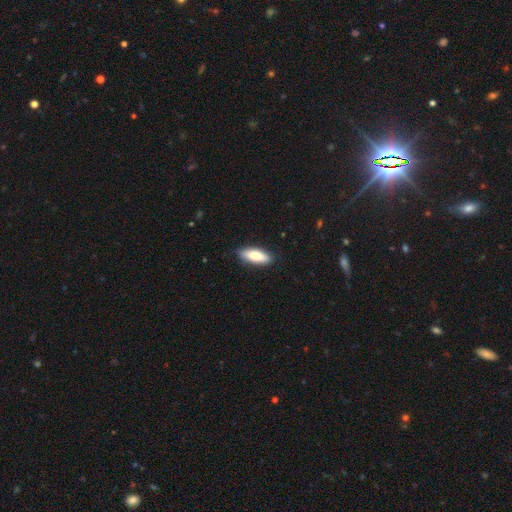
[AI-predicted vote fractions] Overall: smooth (80%). How rounded: in between (67%; cigar-shaped 31%). Merging: none (86%).